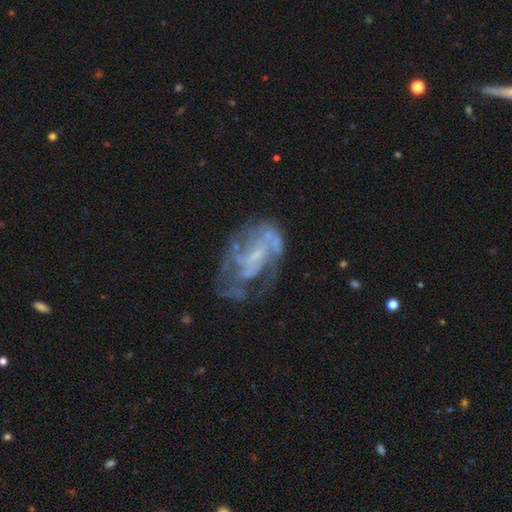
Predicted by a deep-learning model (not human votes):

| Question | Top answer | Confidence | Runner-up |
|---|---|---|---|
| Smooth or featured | featured or disk | 78% | smooth (13%) |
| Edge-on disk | no | 97% | yes (3%) |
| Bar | no | 53% | weak (36%) |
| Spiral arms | yes | 67% | no (33%) |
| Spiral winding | medium | 39% | tight (33%) |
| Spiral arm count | can't tell | 45% | 2 (27%) |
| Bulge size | small | 47% | none (34%) |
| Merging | none | 45% | major disturbance (28%) |